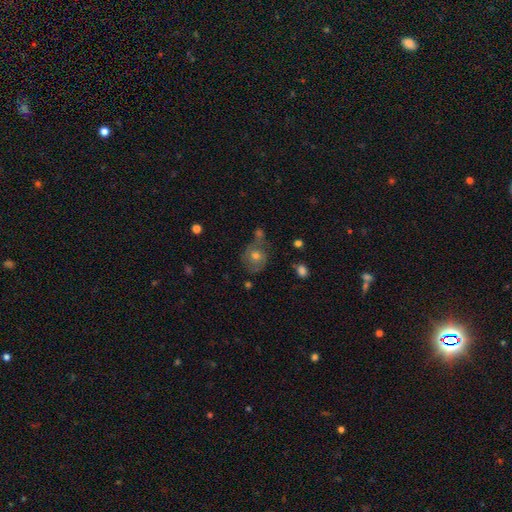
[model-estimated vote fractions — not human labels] This appears to be a smooth galaxy with no disk features (44%, tied with featured or disk). Merging: none (56%).